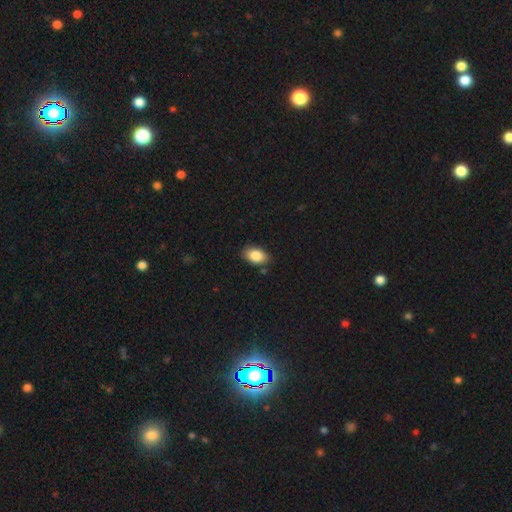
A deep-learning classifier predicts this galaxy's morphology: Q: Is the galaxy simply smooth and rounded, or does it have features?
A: smooth — 86%.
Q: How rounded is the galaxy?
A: in between — 90%.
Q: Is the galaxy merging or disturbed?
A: none — 84%.